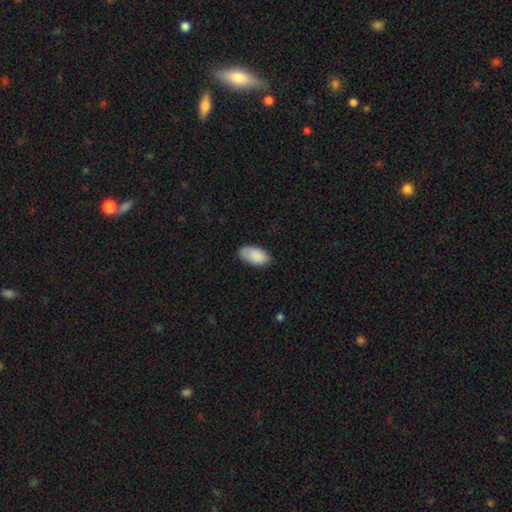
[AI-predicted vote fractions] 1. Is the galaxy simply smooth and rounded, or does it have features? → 89% smooth, 6% star or artifact, 5% featured or disk.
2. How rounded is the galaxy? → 95% in between, 3% round, 2% cigar-shaped.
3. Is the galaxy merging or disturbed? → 79% none, 17% minor disturbance, 3% major disturbance, 1% merger.